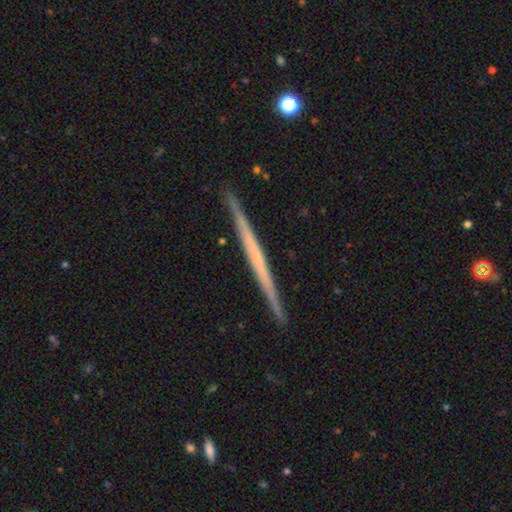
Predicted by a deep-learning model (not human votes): Smooth or featured: featured or disk — 62% (smooth — 33%)
Edge-on disk: yes — 98% (no — 2%)
Edge-on bulge: none — 90% (rounded — 6%)
Merging: none — 92% (minor disturbance — 6%)